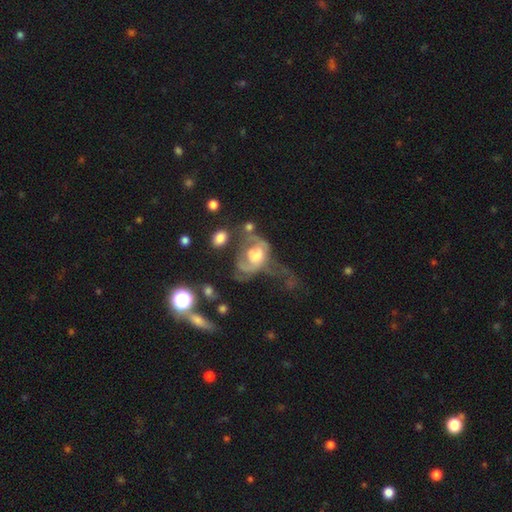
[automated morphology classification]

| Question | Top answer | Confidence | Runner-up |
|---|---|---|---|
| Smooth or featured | featured or disk | 68% | smooth (22%) |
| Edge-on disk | no | 96% | yes (4%) |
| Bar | no | 73% | weak (22%) |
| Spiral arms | yes | 61% | no (39%) |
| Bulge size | moderate | 43% | large (32%) |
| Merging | major disturbance | 53% | none (19%) |